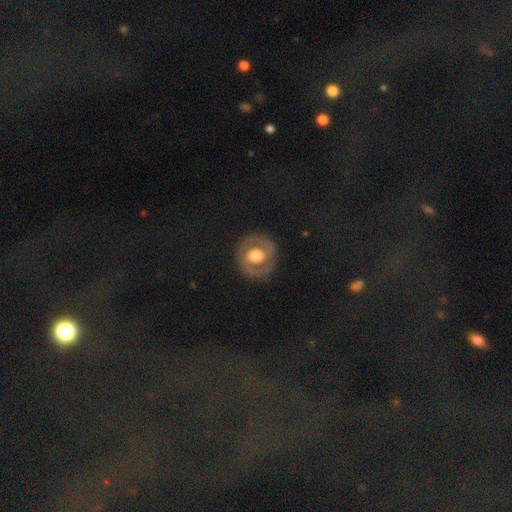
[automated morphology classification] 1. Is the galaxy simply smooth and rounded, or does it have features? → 61% featured or disk, 34% smooth, 5% star or artifact.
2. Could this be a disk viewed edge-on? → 96% no, 4% yes.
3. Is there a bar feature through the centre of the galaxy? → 61% no, 28% weak, 11% strong.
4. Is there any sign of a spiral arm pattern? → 59% no, 41% yes.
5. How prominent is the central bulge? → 52% moderate, 41% large, 4% small, 3% dominant, 1% none.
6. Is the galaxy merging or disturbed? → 84% none, 11% minor disturbance, 4% major disturbance, 1% merger.